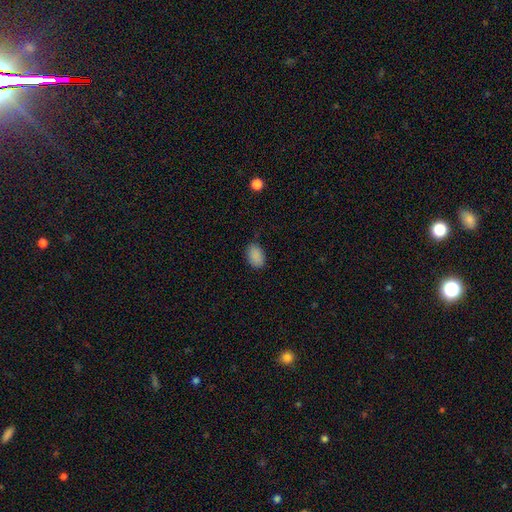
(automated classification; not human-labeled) Smooth or featured? smooth (88%)
How rounded? in between (88%)
Merging? none (80%)